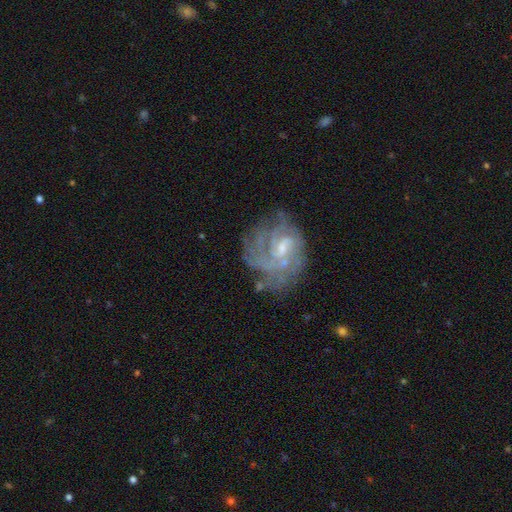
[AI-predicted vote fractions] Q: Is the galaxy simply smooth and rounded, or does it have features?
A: featured or disk — 65%.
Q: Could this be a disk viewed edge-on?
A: no — 97%.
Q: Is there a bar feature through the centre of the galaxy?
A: weak — 45%.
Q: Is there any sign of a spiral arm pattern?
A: yes — 75%.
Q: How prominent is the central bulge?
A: small — 46%.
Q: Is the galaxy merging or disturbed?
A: none — 63%.